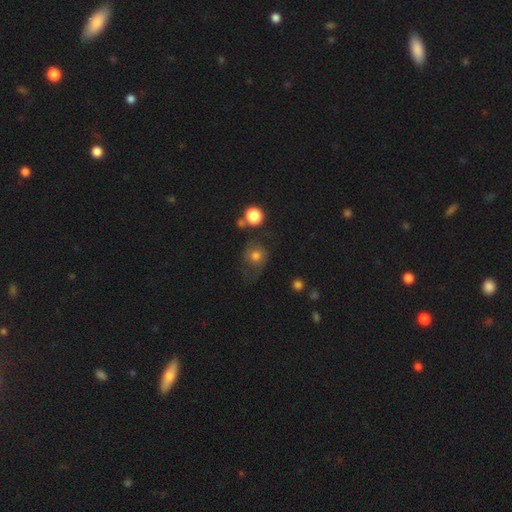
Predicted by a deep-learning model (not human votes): This appears to be a smooth galaxy with no disk features (68%) that is round (80%). Merging: none (51%).